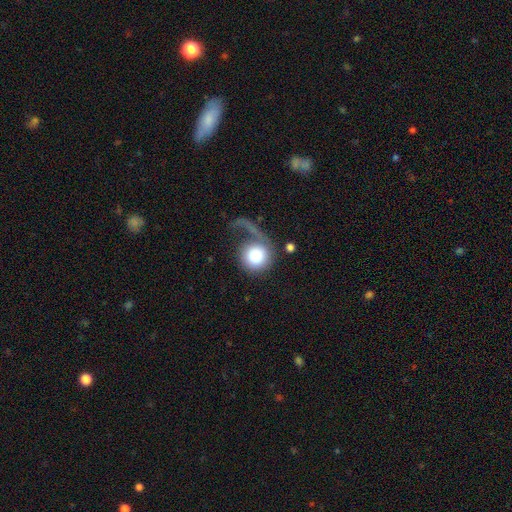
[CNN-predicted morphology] This appears to be a smooth galaxy with no disk features (74%) that is round (90%). Merging: major disturbance (45%).